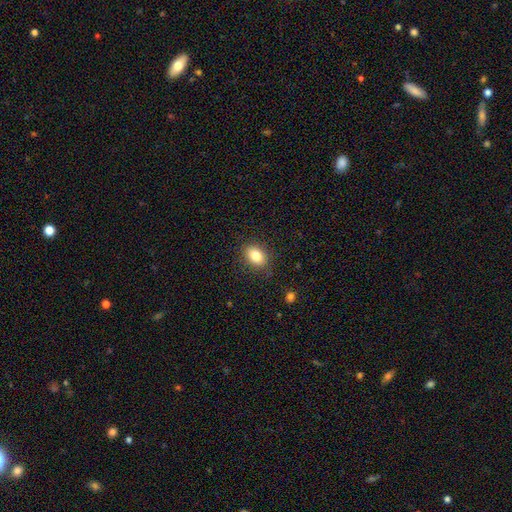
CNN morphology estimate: This appears to be a smooth galaxy with no disk features (82%) that is in between round and cigar-shaped (75%). Merging: none (87%).